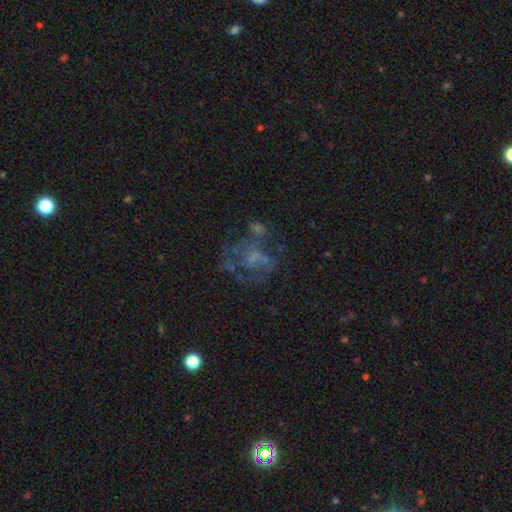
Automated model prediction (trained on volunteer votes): smooth-or-featured: featured or disk: 60% | smooth: 21% | star or artifact: 20%
  disk-edge-on: no: 98% | yes: 2%
    bar: no: 78% | weak: 18% | strong: 4%
    has-spiral-arms: no: 66% | yes: 34%
    bulge-size: none: 51% | small: 28% | moderate: 17% | large: 3% | dominant: 1%
  merging: none: 43% | major disturbance: 30% | minor disturbance: 16% | merger: 11%